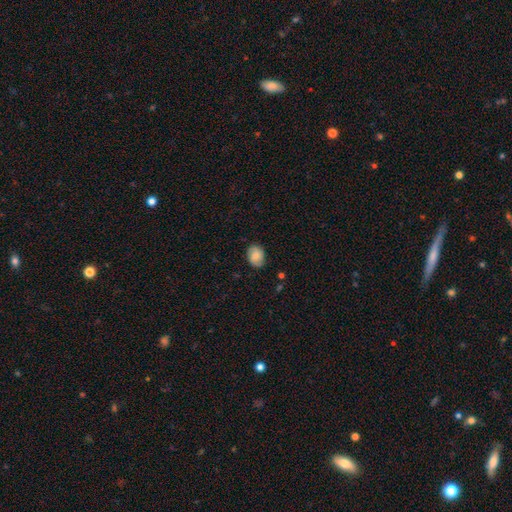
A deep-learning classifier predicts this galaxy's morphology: smooth-or-featured: smooth: 73% | featured or disk: 19% | star or artifact: 8%
  how-rounded: in between: 68% | round: 31% | cigar-shaped: 1%
  merging: none: 79% | minor disturbance: 17% | major disturbance: 3% | merger: 1%